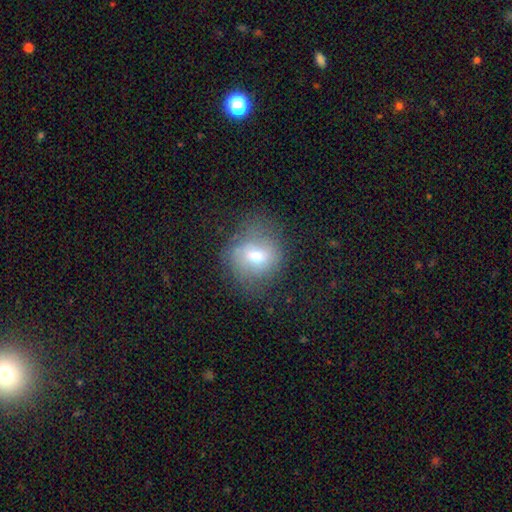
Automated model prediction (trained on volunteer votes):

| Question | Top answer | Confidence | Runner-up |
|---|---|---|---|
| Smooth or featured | smooth | 60% | featured or disk (29%) |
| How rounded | round | 68% | in between (31%) |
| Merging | none | 59% | minor disturbance (25%) |